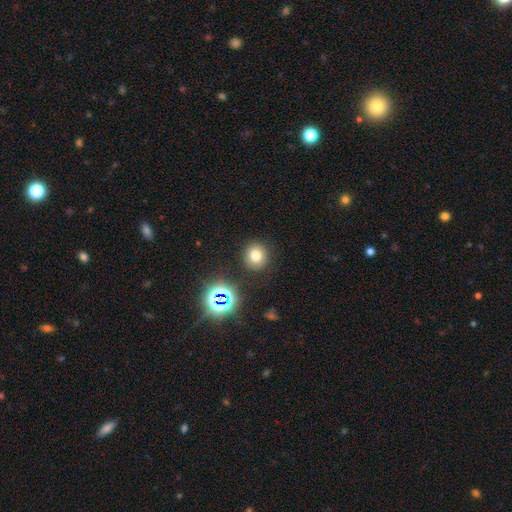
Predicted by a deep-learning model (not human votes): This appears to be a smooth galaxy with no disk features (74%) that is round (83%). Merging: none (87%).